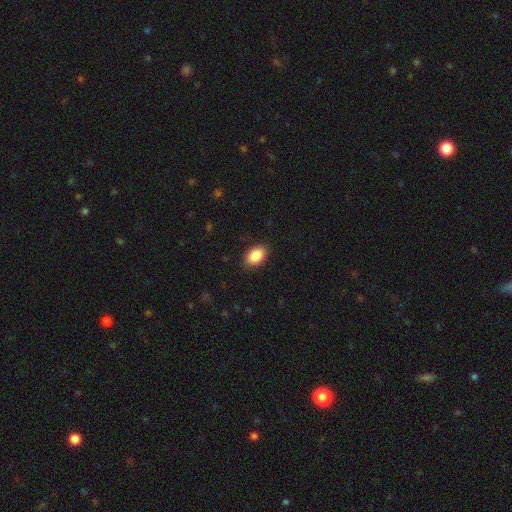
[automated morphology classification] Smooth or featured? smooth (88%)
How rounded? in between (90%)
Merging? none (88%)